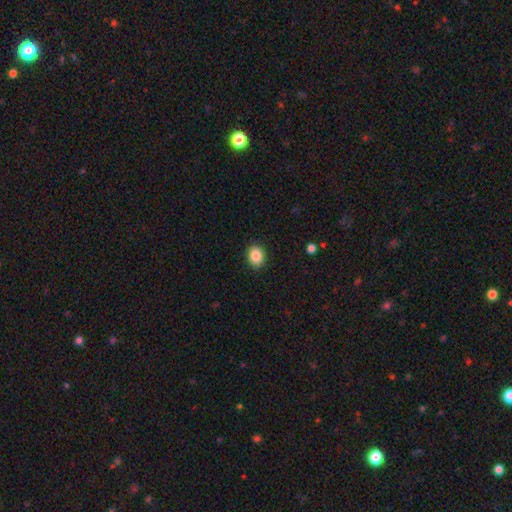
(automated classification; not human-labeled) Morphology: type=smooth (87%); roundness=round (53%); merging=none (89%).